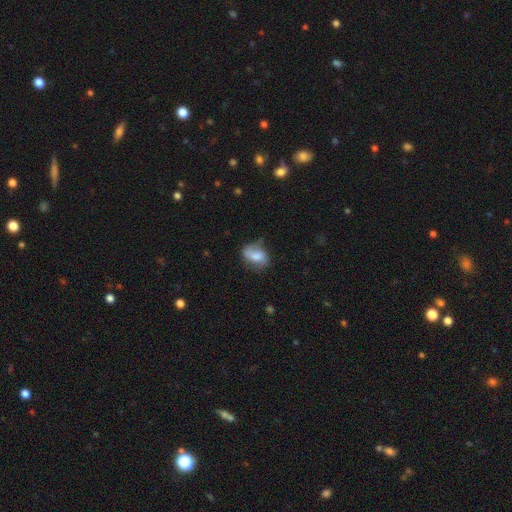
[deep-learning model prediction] A smooth galaxy with no disk features (54%) that is in between round and cigar-shaped (80%). Merging: none (49%).